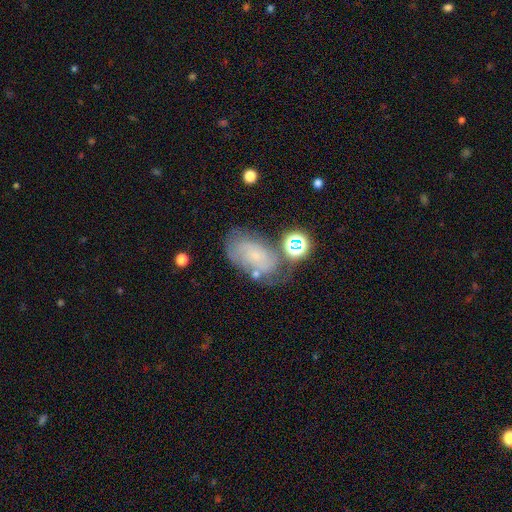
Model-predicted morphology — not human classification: Smooth or featured? Predicted: featured or disk (p=0.47). Merging? Predicted: none (p=0.50).